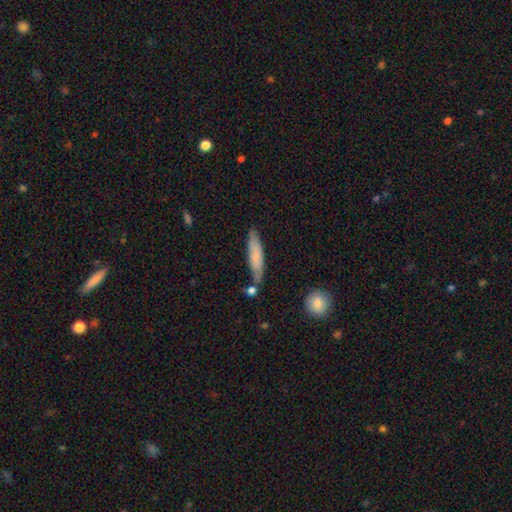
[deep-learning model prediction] A smooth galaxy with no disk features (72%) that is cigar-shaped (81%). Merging: none (71%).